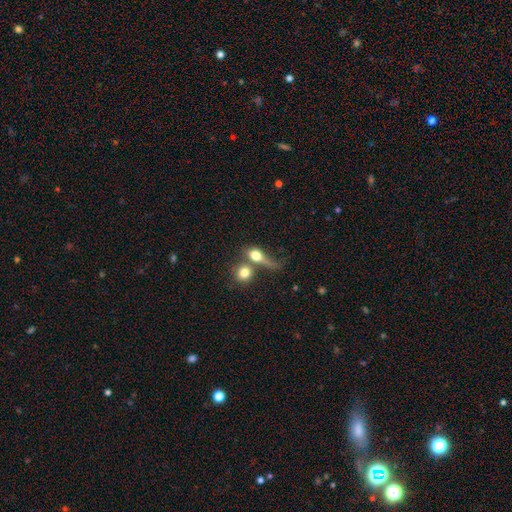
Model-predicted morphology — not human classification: This is likely a smooth galaxy (67%). How rounded: possibly round (48%). Merging: possibly merger (48%).